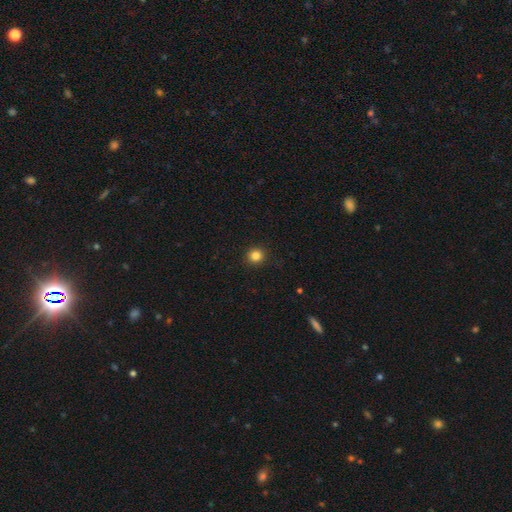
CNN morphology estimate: The model was most divided on "smooth or featured": smooth: 84%, star or artifact: 12%, featured or disk: 4%. More confident: how rounded — round (92%); merging — none (91%).